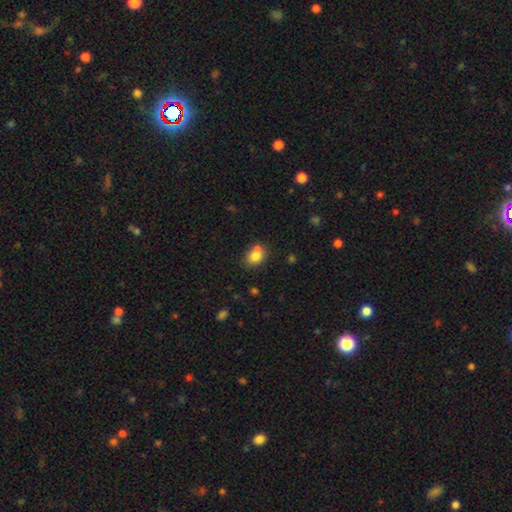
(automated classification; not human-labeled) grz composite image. It shows a smooth galaxy with no disk features (77%) that is in between round and cigar-shaped (55%). Merging: none (57%).